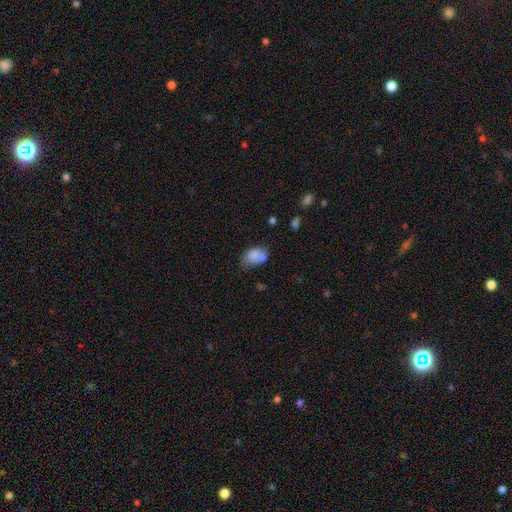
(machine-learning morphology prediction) Smooth or featured? smooth (75%)
How rounded? in between (81%)
Merging? none (40%)